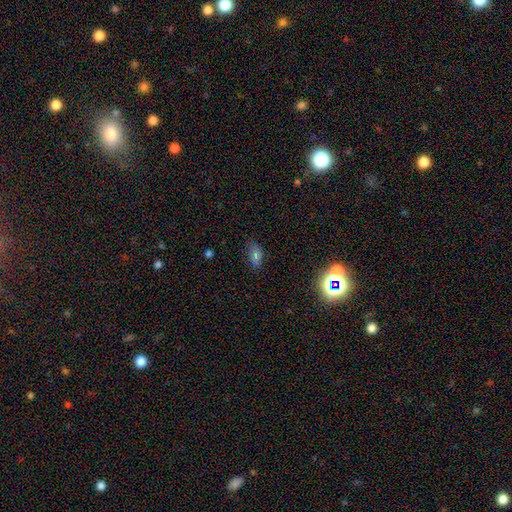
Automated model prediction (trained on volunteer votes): A smooth galaxy with no disk features (68%) that is in between round and cigar-shaped (90%). Merging: none (67%).